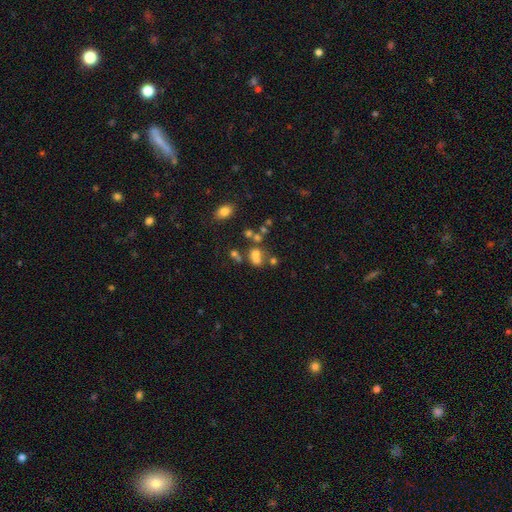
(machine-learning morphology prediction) Smooth or featured: smooth — 55% (featured or disk — 25%)
How rounded: round — 64% (in between — 34%)
Merging: merger — 51% (none — 34%)